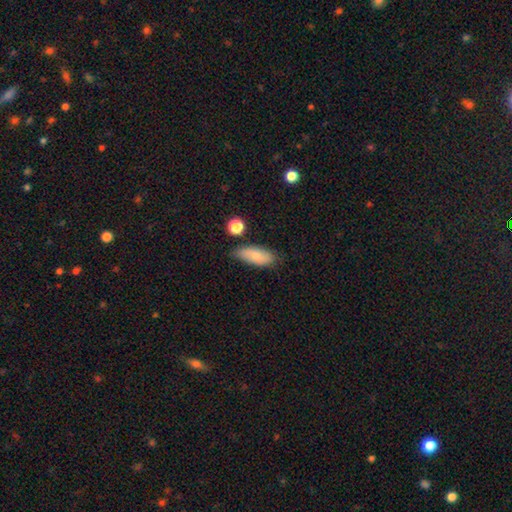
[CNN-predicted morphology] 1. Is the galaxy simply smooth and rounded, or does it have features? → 74% smooth, 18% featured or disk, 7% star or artifact.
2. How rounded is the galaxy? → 81% in between, 15% cigar-shaped, 3% round.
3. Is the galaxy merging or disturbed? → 72% none, 21% minor disturbance, 4% merger, 4% major disturbance.